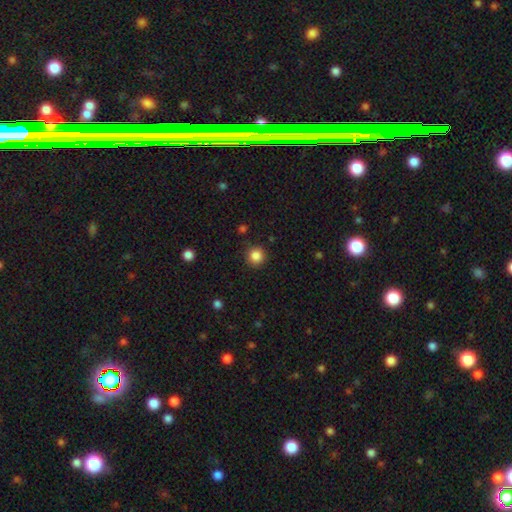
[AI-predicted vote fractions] Smooth or featured?
  - smooth: 86% *
  - star or artifact: 11%
  - featured or disk: 4%
How rounded?
  - round: 94% *
  - in between: 5%
  - cigar-shaped: 1%
Merging?
  - none: 88% *
  - minor disturbance: 8%
  - major disturbance: 2%
  - merger: 1%